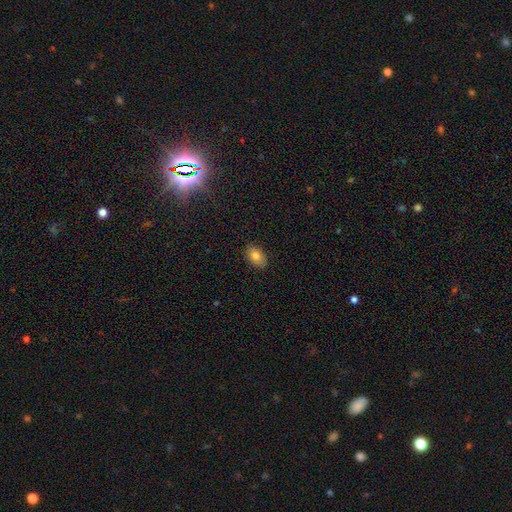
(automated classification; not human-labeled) Q: Smooth or featured?
A: smooth (81%); runner-up: featured or disk (10%)
Q: How rounded?
A: in between (88%); runner-up: round (11%)
Q: Merging?
A: none (87%); runner-up: minor disturbance (10%)